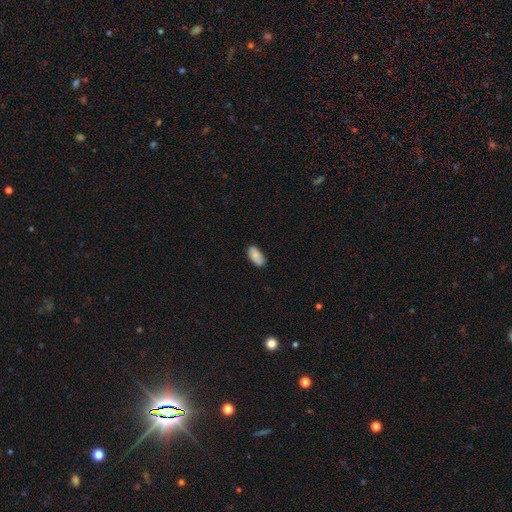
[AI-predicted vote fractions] Overall: smooth (84%). How rounded: in between (93%). Merging: none (80%).